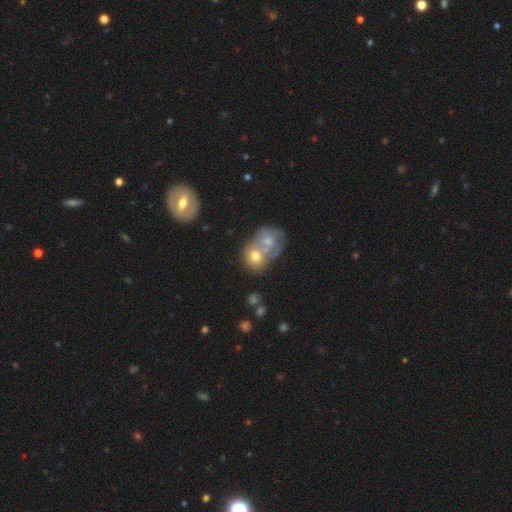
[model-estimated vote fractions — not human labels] Smooth or featured?
  - smooth: 62% *
  - featured or disk: 28%
  - star or artifact: 10%
How rounded?
  - round: 64% *
  - in between: 35%
  - cigar-shaped: 1%
Merging?
  - merger: 64% *
  - none: 24%
  - minor disturbance: 8%
  - major disturbance: 4%